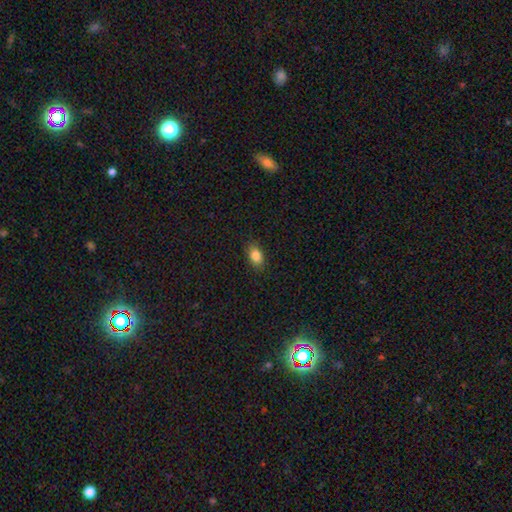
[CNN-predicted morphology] smooth_or_featured: smooth (p=0.86) [alt: star or artifact p=0.09]
how_rounded: in between (p=0.87) [alt: round p=0.11]
merging: none (p=0.87) [alt: minor disturbance p=0.10]